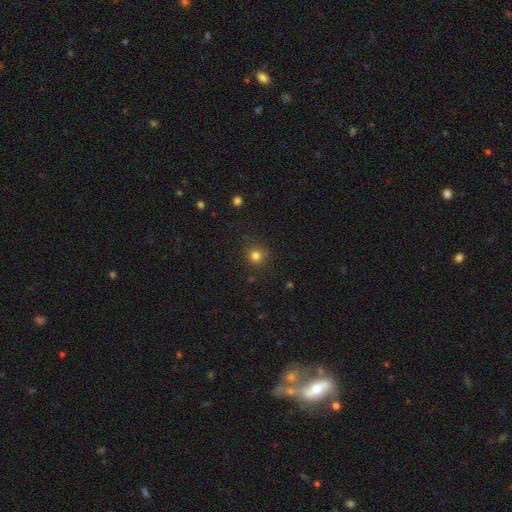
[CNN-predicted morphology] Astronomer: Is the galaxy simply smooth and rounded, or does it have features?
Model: smooth — 80%.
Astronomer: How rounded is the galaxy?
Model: round — 93%.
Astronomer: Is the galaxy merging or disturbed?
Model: none — 86%.